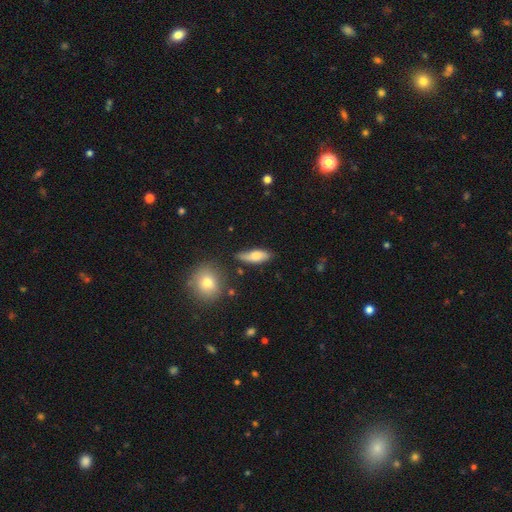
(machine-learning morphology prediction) smooth-or-featured: smooth: 65% | featured or disk: 27% | star or artifact: 7%
  how-rounded: in between: 65% | cigar-shaped: 32% | round: 4%
  merging: none: 66% | minor disturbance: 24% | major disturbance: 5% | merger: 4%